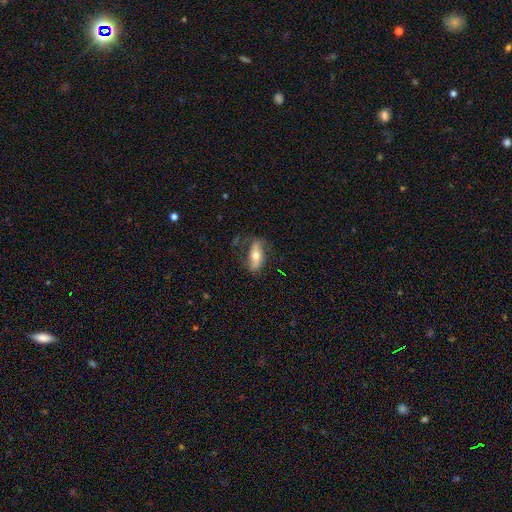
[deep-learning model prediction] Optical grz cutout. It shows a smooth galaxy with no disk features (52%) that is in between round and cigar-shaped (76%). Merging: none (69%).